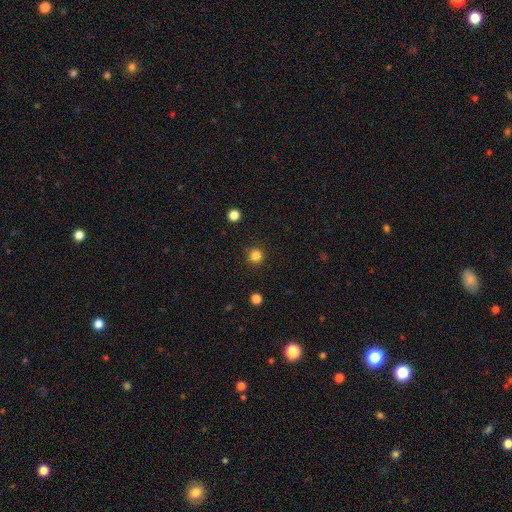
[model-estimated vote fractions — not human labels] Q: Smooth or featured?
A: smooth (83%); runner-up: star or artifact (13%)
Q: How rounded?
A: round (96%); runner-up: in between (3%)
Q: Merging?
A: none (92%); runner-up: minor disturbance (5%)